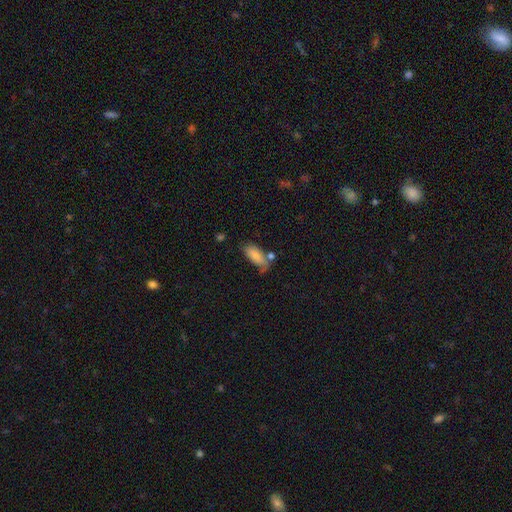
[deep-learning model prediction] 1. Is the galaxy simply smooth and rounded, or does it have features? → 81% smooth, 11% featured or disk, 7% star or artifact.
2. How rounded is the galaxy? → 83% in between, 15% cigar-shaped, 2% round.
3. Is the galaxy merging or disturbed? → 48% none, 26% minor disturbance, 15% merger, 11% major disturbance.